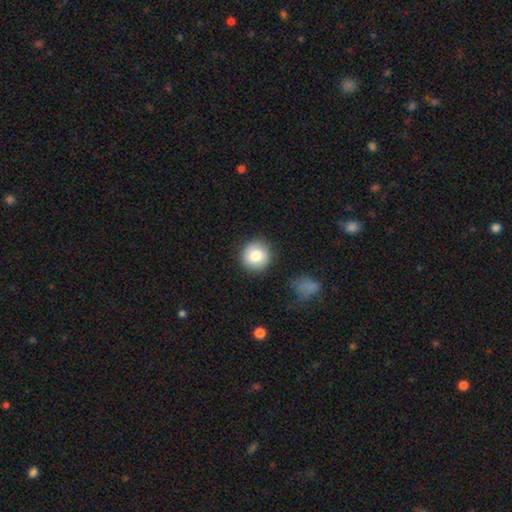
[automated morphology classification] Smooth or featured? smooth (83%)
How rounded? round (92%)
Merging? none (87%)